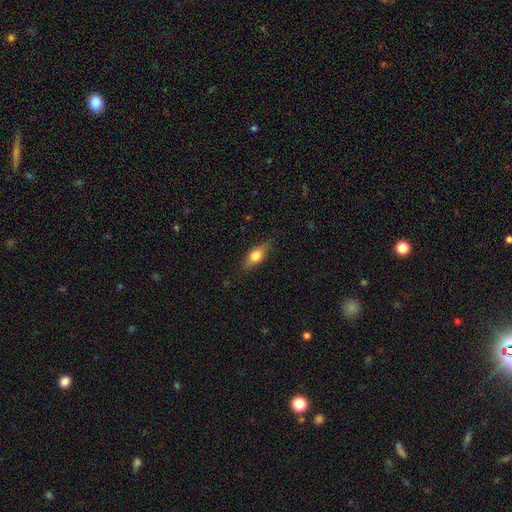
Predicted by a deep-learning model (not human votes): smooth 71%, featured or disk 22%, star or artifact 7%. Down the decision tree: how rounded — in between (76%); merging — none (80%).